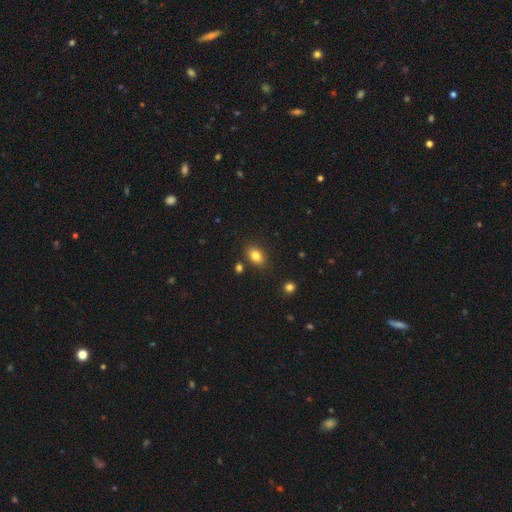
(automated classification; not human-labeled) Smooth or featured? smooth (83%)
How rounded? in between (83%)
Merging? none (82%)